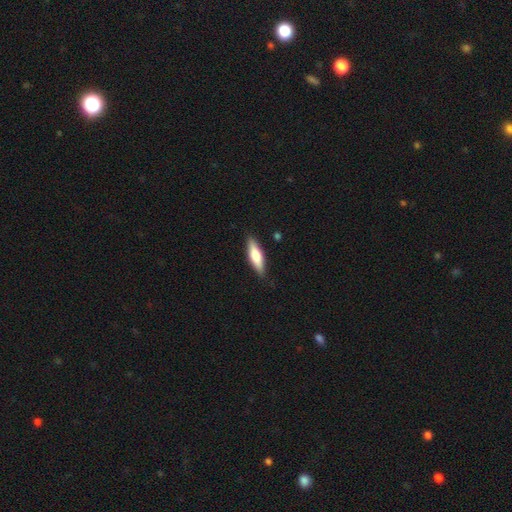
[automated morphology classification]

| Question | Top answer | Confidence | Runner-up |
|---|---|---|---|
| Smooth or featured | smooth | 62% | featured or disk (33%) |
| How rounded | cigar-shaped | 59% | in between (39%) |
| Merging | none | 87% | minor disturbance (10%) |